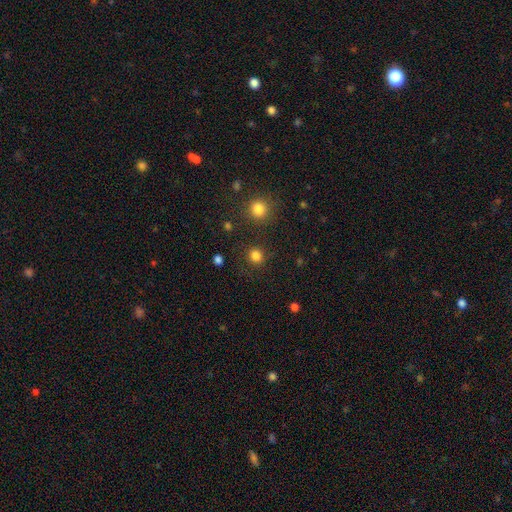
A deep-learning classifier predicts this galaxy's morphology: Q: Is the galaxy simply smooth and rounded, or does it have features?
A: smooth — 82%.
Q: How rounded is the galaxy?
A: round — 89%.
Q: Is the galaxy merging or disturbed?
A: none — 87%.